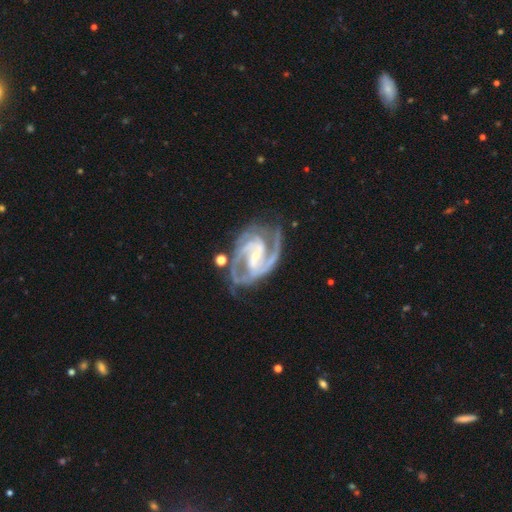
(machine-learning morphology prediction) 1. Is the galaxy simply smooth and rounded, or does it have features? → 93% featured or disk, 4% star or artifact, 3% smooth.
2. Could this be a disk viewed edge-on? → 98% no, 2% yes.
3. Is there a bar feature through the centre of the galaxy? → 41% weak, 37% strong, 22% no.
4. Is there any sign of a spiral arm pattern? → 99% yes, 1% no.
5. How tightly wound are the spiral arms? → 53% medium, 40% tight, 7% loose.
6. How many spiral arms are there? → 62% 2, 23% 3, 5% can't tell, 4% 4, 3% 1, 3% more than 4.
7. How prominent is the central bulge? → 74% small, 21% moderate, 3% none, 1% large, 1% dominant.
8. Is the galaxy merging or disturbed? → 66% none, 20% minor disturbance, 11% major disturbance, 4% merger.